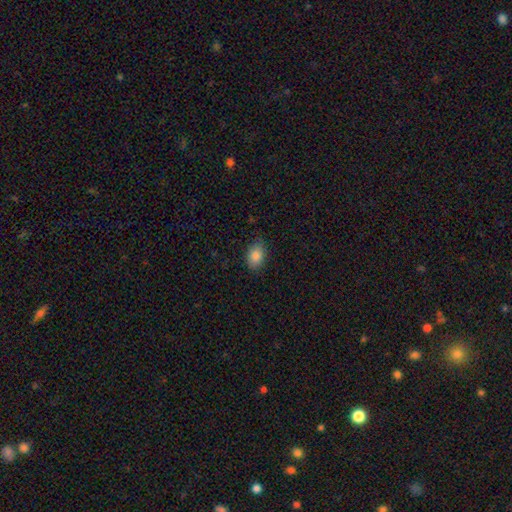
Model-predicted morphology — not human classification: smooth 86%, star or artifact 8%, featured or disk 6%. Down the decision tree: how rounded — in between (87%); merging — none (83%).